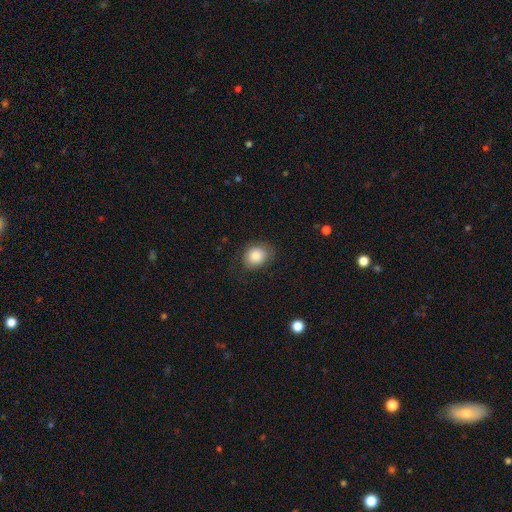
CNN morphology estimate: type=smooth (83%); roundness=round (52%); merging=none (73%).